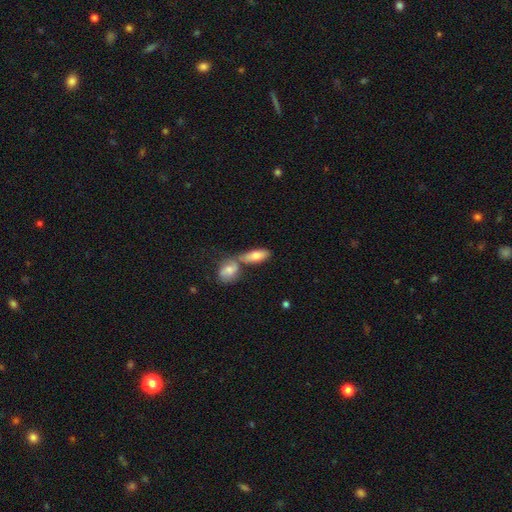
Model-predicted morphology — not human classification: Smooth or featured? Predicted: smooth (p=0.76). How rounded? Predicted: in between (p=0.79). Merging? Predicted: none (p=0.44).